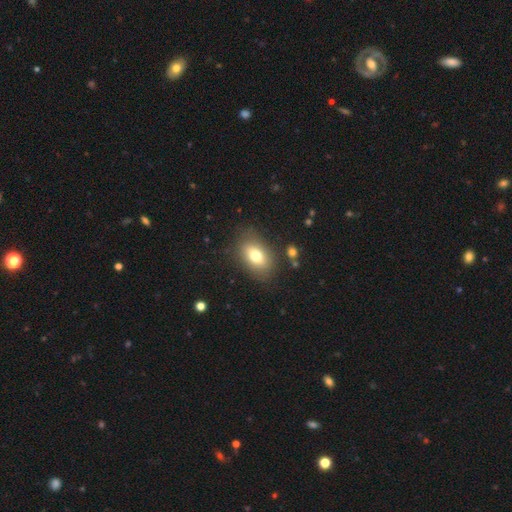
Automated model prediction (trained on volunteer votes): smooth_or_featured: smooth (p=0.76) [alt: featured or disk p=0.15]
how_rounded: in between (p=0.85) [alt: round p=0.13]
merging: none (p=0.81) [alt: minor disturbance p=0.12]